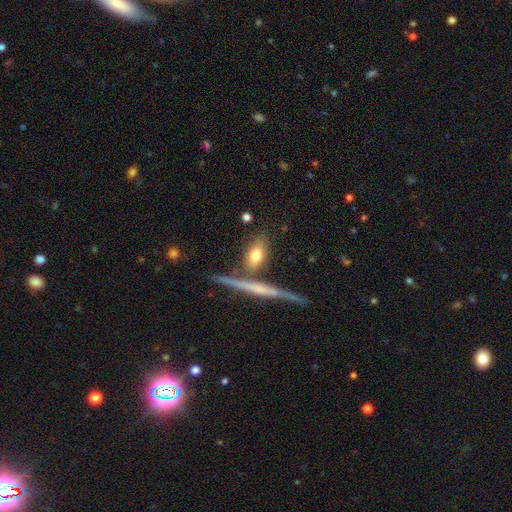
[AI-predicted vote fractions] Q: Smooth or featured?
A: smooth (70%); runner-up: featured or disk (22%)
Q: How rounded?
A: in between (68%); runner-up: cigar-shaped (21%)
Q: Merging?
A: none (69%); runner-up: minor disturbance (14%)